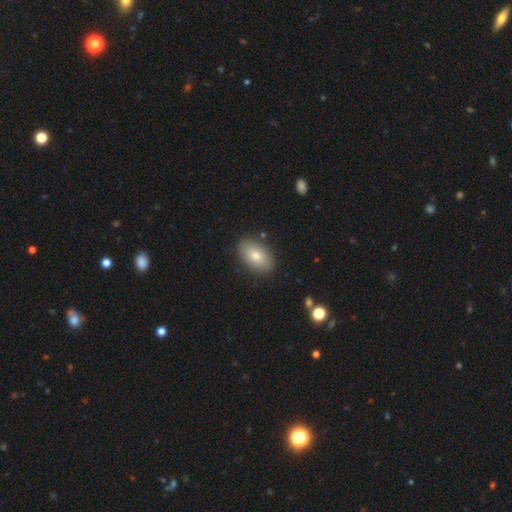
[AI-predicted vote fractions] smooth 79%, featured or disk 14%, star or artifact 7%. Down the decision tree: how rounded — in between (91%); merging — none (87%).